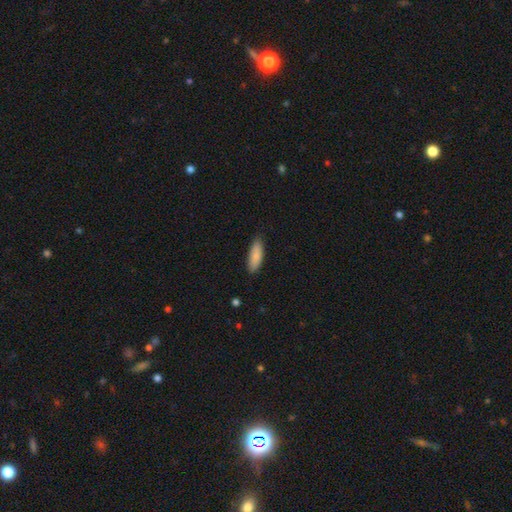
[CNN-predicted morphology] This is clearly a smooth galaxy (86%). How rounded: likely in between (61%). Merging: clearly none (85%).